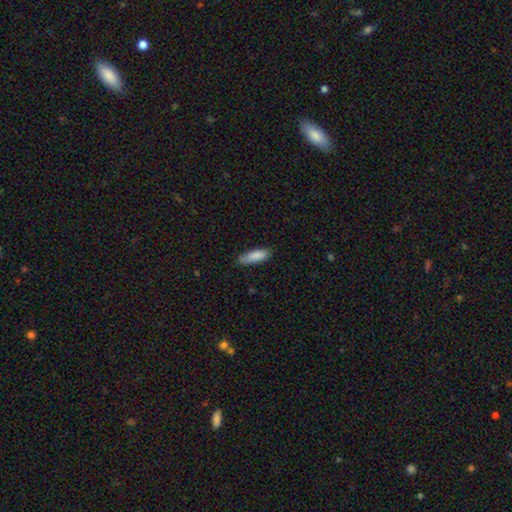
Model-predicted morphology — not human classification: type=smooth (87%); roundness=in between (52%); merging=none (76%).